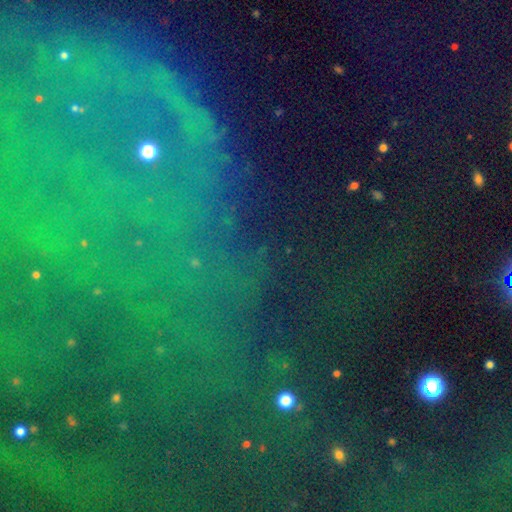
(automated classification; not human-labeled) Smooth or featured? star or artifact (73%)